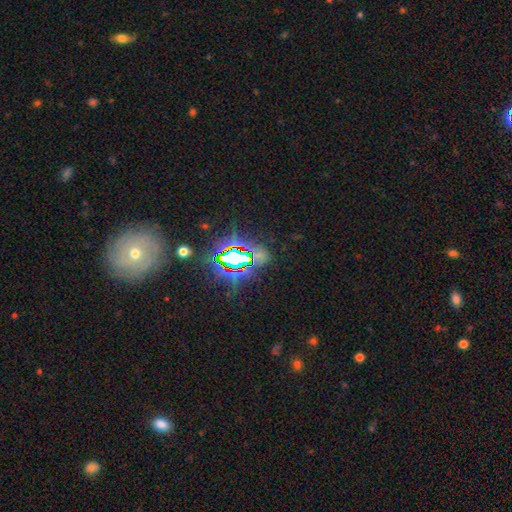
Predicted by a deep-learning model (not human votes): A star or artifact, not a galaxy (74%).